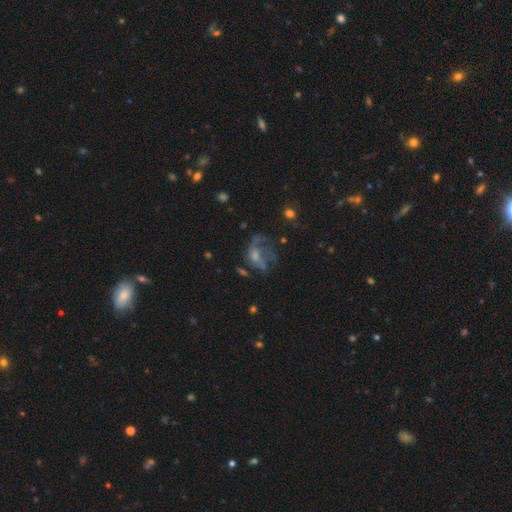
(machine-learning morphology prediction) This appears to be a featured or disk galaxy (52%). Merging: major disturbance (44%).